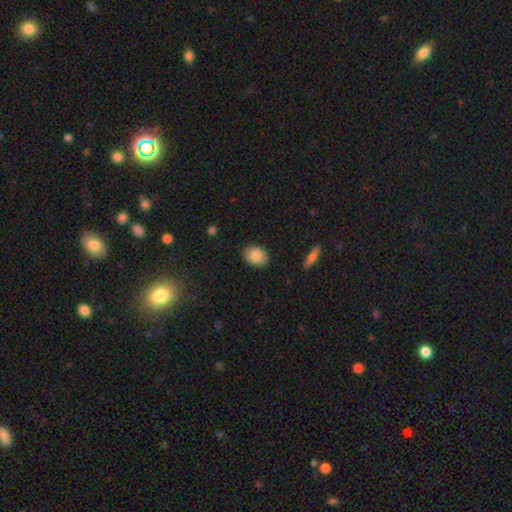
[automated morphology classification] The model was most divided on "how rounded": in between: 60%, round: 39%, cigar-shaped: 1%. More confident: merging — none (87%); smooth or featured — smooth (86%).